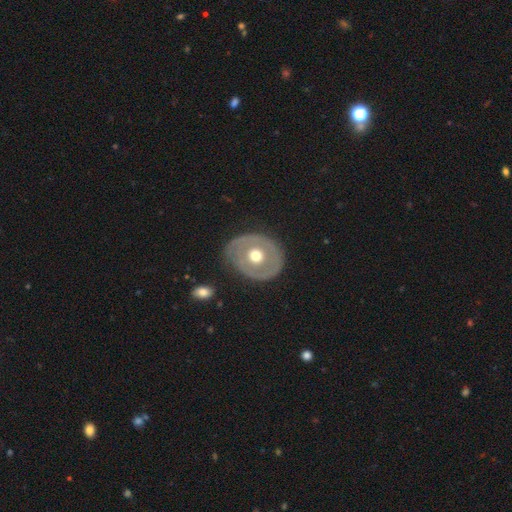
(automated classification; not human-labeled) smooth_or_featured: featured or disk (p=0.57) [alt: smooth p=0.38]
disk_edge_on: no (p=0.94) [alt: yes p=0.06]
bar: no (p=0.90) [alt: weak p=0.07]
has_spiral_arms: no (p=0.84) [alt: yes p=0.16]
bulge_size: moderate (p=0.77) [alt: large p=0.13]
merging: none (p=0.78) [alt: minor disturbance p=0.15]